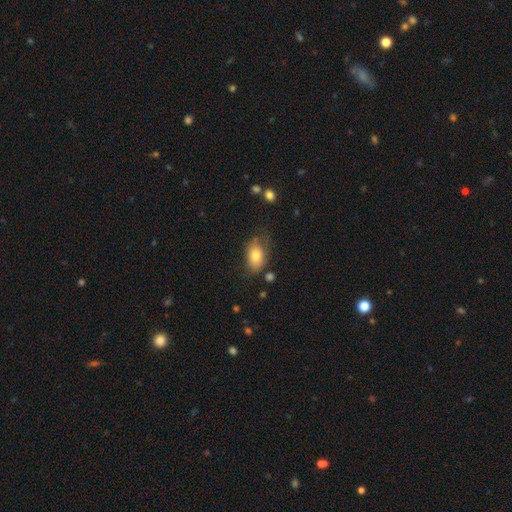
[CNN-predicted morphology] Smooth or featured? smooth (78%)
How rounded? in between (86%)
Merging? none (62%)